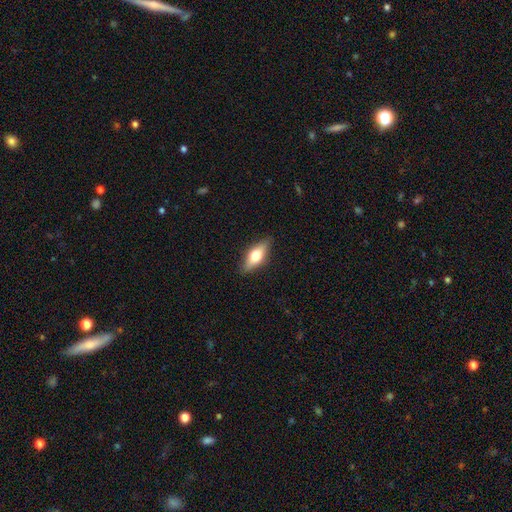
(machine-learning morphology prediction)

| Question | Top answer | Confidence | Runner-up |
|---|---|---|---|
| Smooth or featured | smooth | 58% | featured or disk (36%) |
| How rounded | in between | 69% | cigar-shaped (27%) |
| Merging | none | 86% | minor disturbance (11%) |